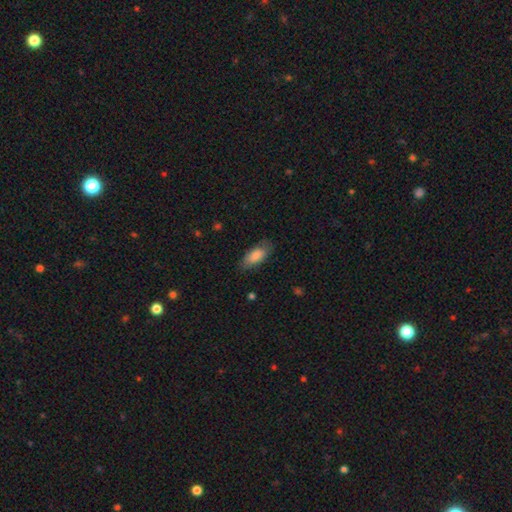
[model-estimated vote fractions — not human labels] Smooth or featured? smooth (84%)
How rounded? in between (86%)
Merging? none (75%)